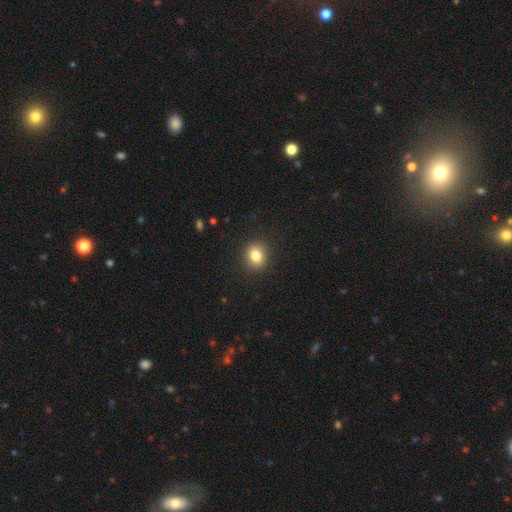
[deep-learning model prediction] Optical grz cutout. It shows a smooth galaxy with no disk features (83%) that is round (73%). Merging: none (90%).